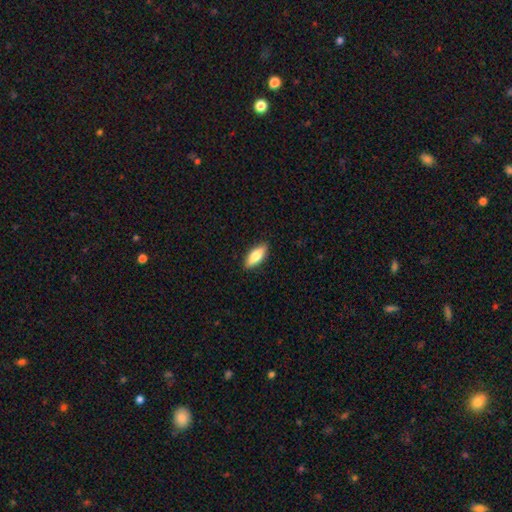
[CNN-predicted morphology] The model was most divided on "how rounded": in between: 68%, cigar-shaped: 30%, round: 2%. More confident: merging — none (88%); smooth or featured — smooth (70%).